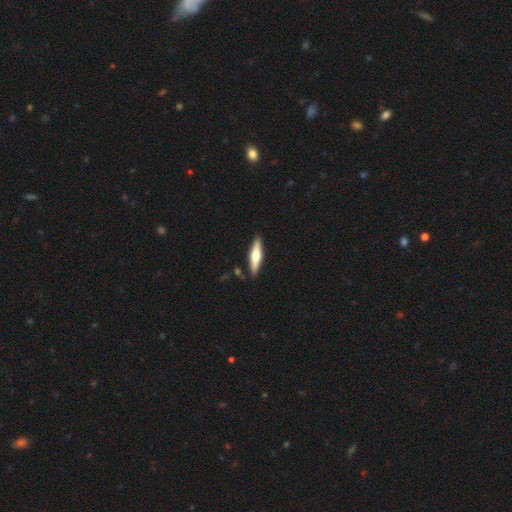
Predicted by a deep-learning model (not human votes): smooth-or-featured: featured or disk: 49% | smooth: 46% | star or artifact: 5%
  merging: none: 88% | minor disturbance: 8% | merger: 2% | major disturbance: 2%